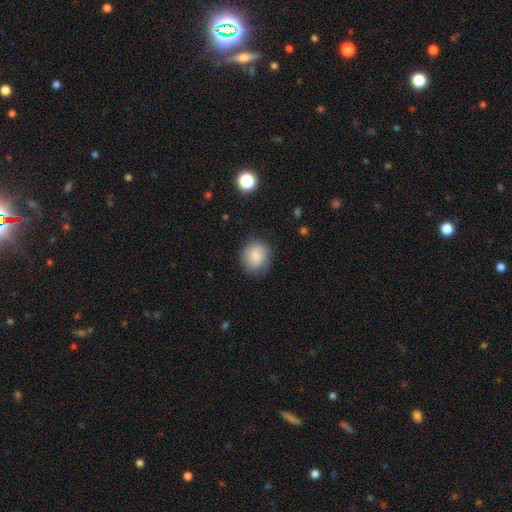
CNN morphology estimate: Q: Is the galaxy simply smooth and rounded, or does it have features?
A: smooth — 81%.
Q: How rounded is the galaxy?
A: round — 80%.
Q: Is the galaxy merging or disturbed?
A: none — 79%.